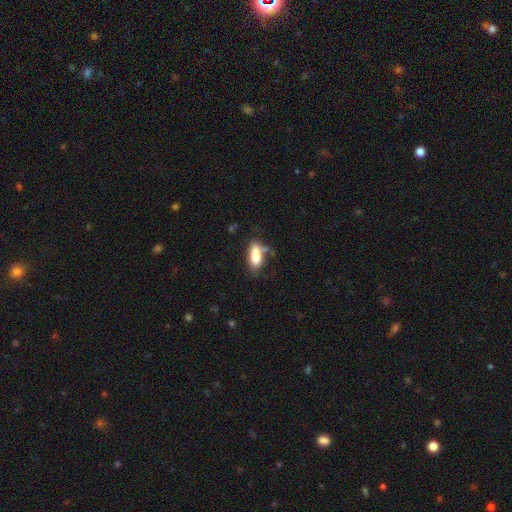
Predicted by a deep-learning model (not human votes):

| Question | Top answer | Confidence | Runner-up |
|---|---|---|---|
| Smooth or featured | smooth | 78% | featured or disk (13%) |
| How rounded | in between | 71% | cigar-shaped (26%) |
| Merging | none | 45% | minor disturbance (25%) |